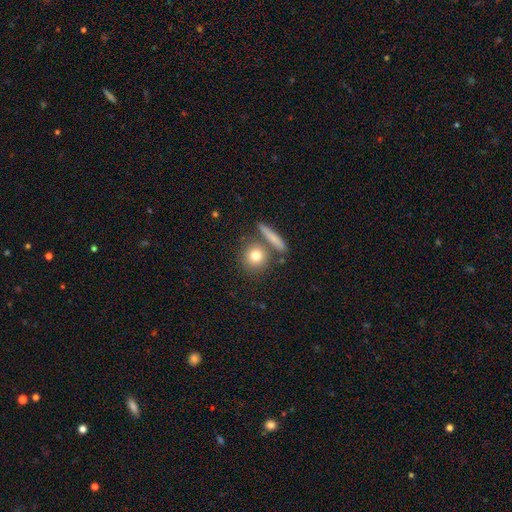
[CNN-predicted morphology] smooth-or-featured: smooth: 77% | featured or disk: 14% | star or artifact: 9%
  how-rounded: round: 84% | in between: 11% | cigar-shaped: 5%
  merging: none: 71% | merger: 16% | minor disturbance: 10% | major disturbance: 4%